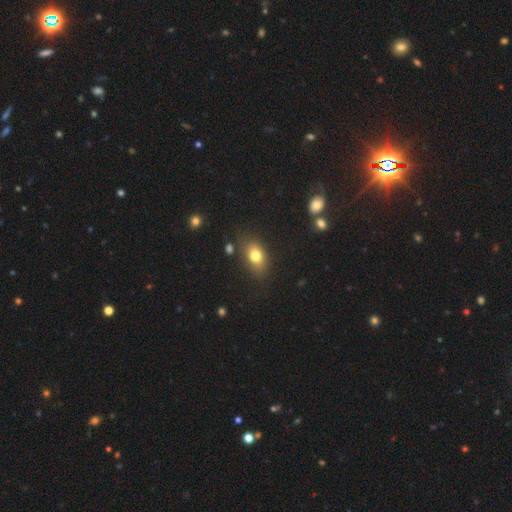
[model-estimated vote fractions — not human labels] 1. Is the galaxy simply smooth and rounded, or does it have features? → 76% smooth, 12% featured or disk, 11% star or artifact.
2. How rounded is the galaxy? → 77% in between, 20% round, 3% cigar-shaped.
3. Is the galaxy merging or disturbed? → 77% none, 15% minor disturbance, 5% major disturbance, 3% merger.